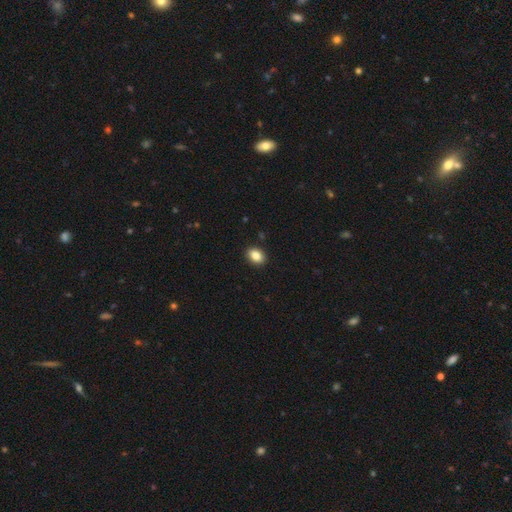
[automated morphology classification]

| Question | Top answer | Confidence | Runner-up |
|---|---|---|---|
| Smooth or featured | smooth | 86% | star or artifact (8%) |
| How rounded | in between | 78% | round (21%) |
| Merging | none | 90% | minor disturbance (7%) |